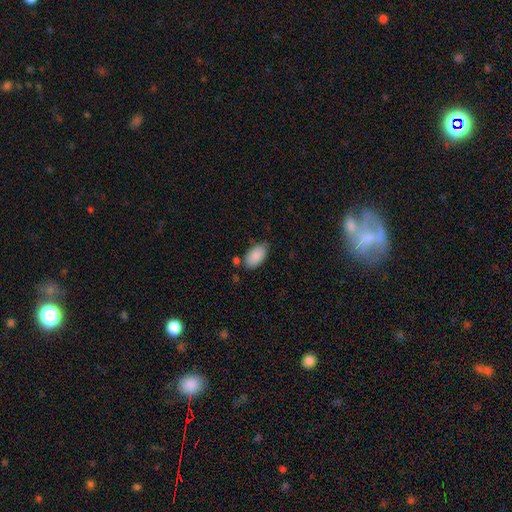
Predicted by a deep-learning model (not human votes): Smooth or featured? Predicted: smooth (p=0.88). How rounded? Predicted: in between (p=0.95). Merging? Predicted: none (p=0.70).